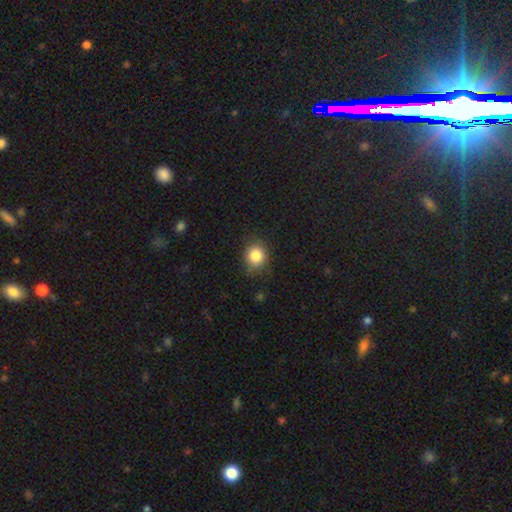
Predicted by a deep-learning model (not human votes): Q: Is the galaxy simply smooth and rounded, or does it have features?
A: smooth — 85%.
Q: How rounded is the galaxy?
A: round — 76%.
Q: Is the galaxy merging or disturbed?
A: none — 82%.